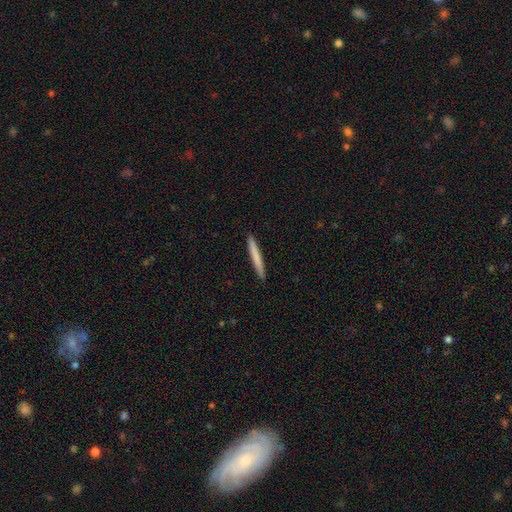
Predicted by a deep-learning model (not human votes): Smooth or featured? Predicted: smooth (p=0.73). How rounded? Predicted: cigar-shaped (p=0.97). Merging? Predicted: none (p=0.93).